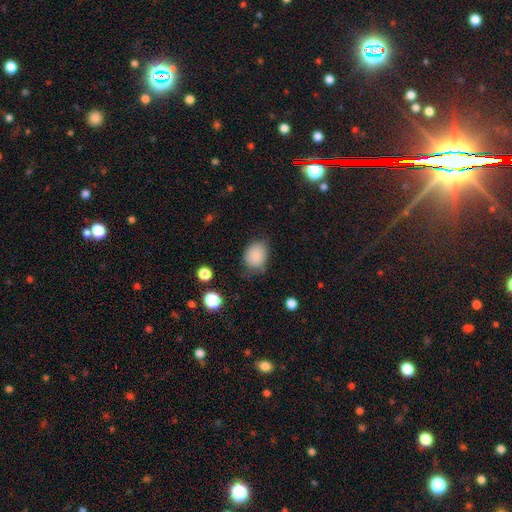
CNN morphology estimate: Smooth or featured?
  - smooth: 84% *
  - star or artifact: 9%
  - featured or disk: 7%
How rounded?
  - round: 50% *
  - in between: 49%
  - cigar-shaped: 1%
Merging?
  - none: 70% *
  - minor disturbance: 22%
  - major disturbance: 6%
  - merger: 2%